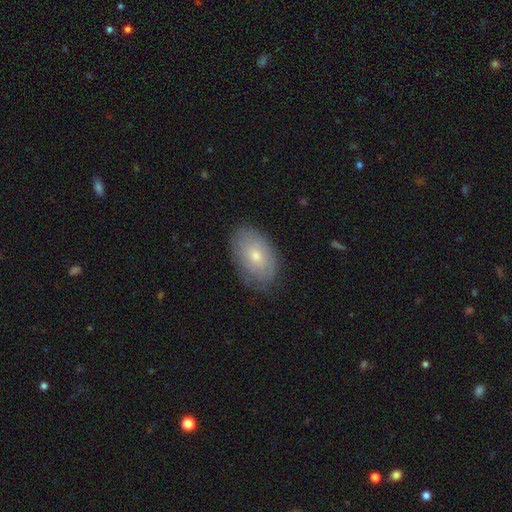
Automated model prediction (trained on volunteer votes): Smooth or featured?
  - smooth: 62% *
  - featured or disk: 30%
  - star or artifact: 8%
How rounded?
  - in between: 90% *
  - round: 9%
  - cigar-shaped: 1%
Merging?
  - none: 80% *
  - minor disturbance: 16%
  - major disturbance: 4%
  - merger: 1%